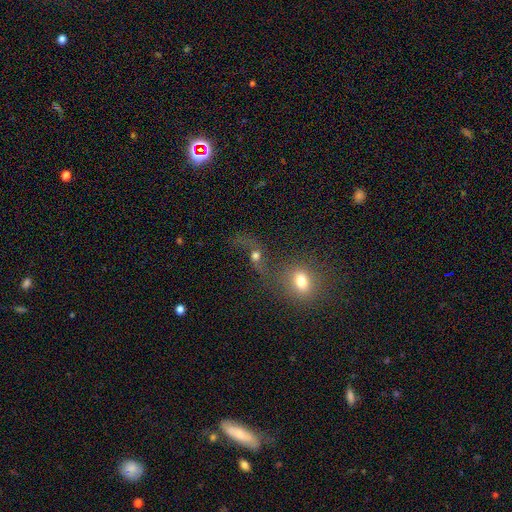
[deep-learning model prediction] smooth-or-featured: smooth: 46% | featured or disk: 34% | star or artifact: 19%
  merging: merger: 41% | none: 34% | major disturbance: 14% | minor disturbance: 11%